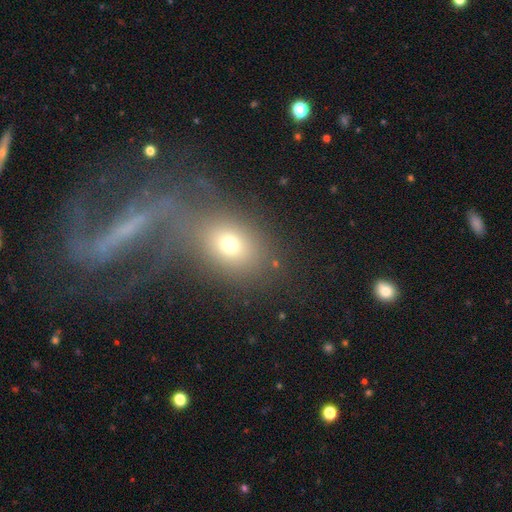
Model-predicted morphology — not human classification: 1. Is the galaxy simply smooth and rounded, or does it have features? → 45% smooth, 38% featured or disk, 18% star or artifact.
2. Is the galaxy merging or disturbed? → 46% none, 28% merger, 13% minor disturbance, 13% major disturbance.